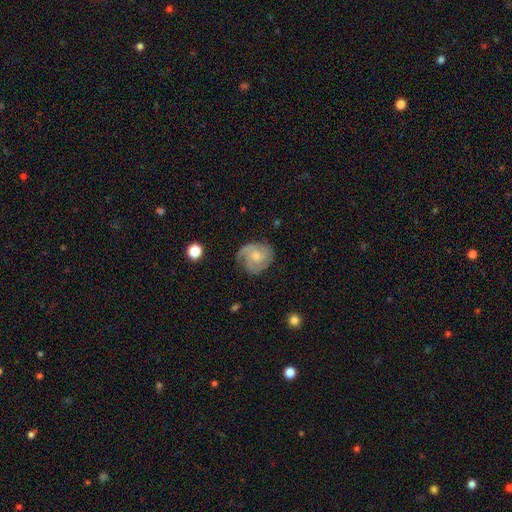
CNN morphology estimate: Overall: featured or disk (79%). Edge-on disk: no (98%). Bar: no (73%). Spiral arms: yes (96%). Spiral arm count: 3 (39%; 2 28%). Spiral winding: tight (56%; medium 35%). Bulge size: small (48%; moderate 44%). Merging: none (71%).